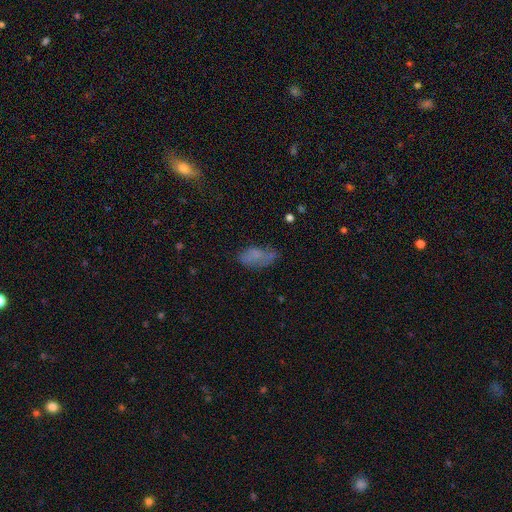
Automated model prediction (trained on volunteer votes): This appears to be a smooth galaxy with no disk features (65%) that is in between round and cigar-shaped (89%). Merging: none (48%).